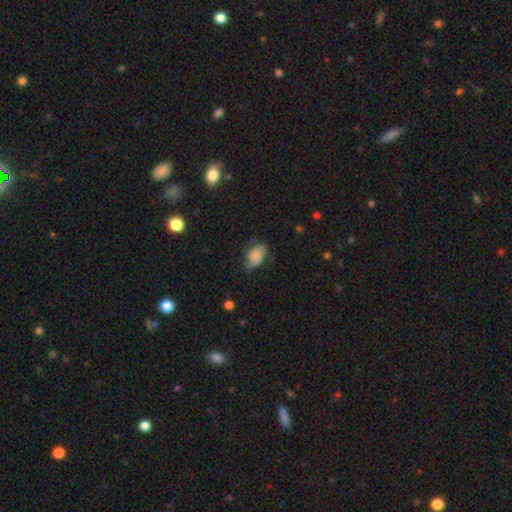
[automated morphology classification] Smooth or featured? smooth (77%)
How rounded? in between (87%)
Merging? none (54%)